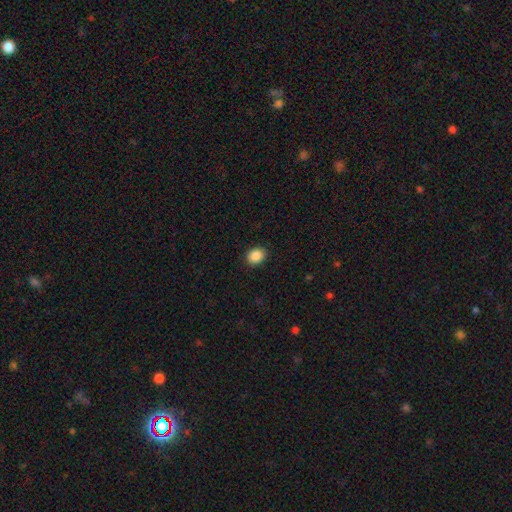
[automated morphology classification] Smooth or featured: smooth — 88% (star or artifact — 9%)
How rounded: in between — 50% (round — 49%)
Merging: none — 90% (minor disturbance — 7%)